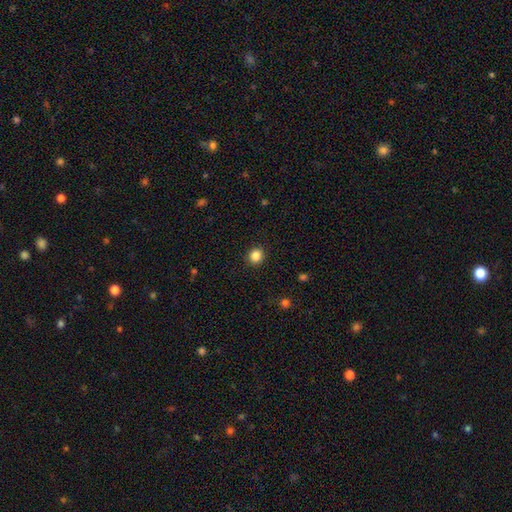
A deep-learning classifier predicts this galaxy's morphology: A smooth galaxy with no disk features (85%) that is round (87%). Merging: none (91%).